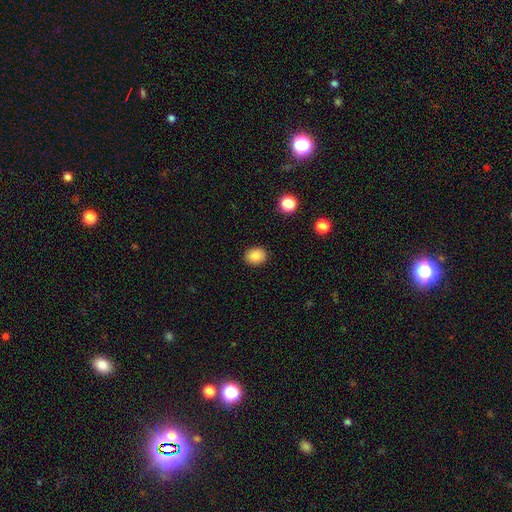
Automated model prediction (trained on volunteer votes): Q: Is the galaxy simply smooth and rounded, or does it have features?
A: smooth — 87%.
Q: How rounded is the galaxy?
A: in between — 50%.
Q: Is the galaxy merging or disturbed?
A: none — 89%.